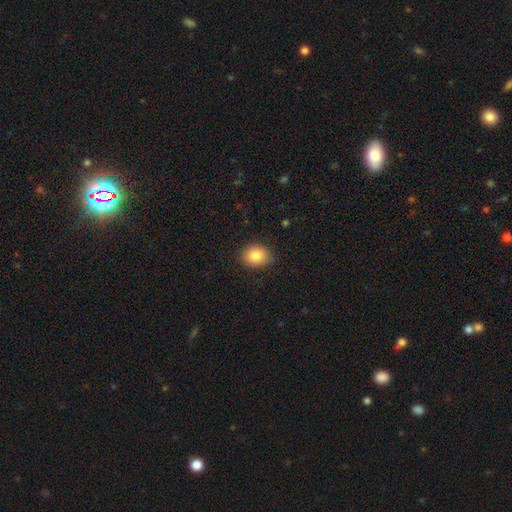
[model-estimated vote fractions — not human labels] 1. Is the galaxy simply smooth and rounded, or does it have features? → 86% smooth, 8% star or artifact, 6% featured or disk.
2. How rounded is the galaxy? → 56% in between, 43% round, 1% cigar-shaped.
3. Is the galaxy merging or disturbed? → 85% none, 12% minor disturbance, 3% major disturbance, 1% merger.